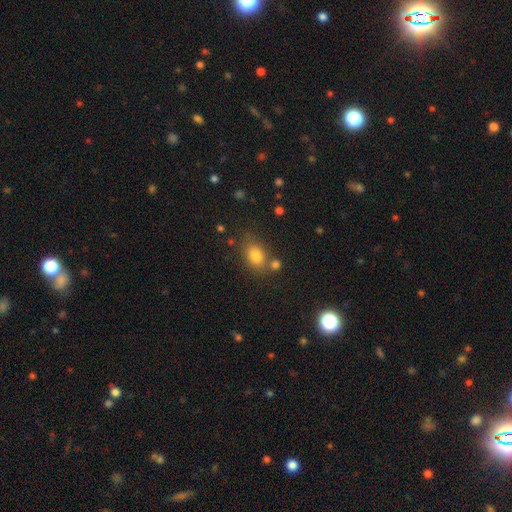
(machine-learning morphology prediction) A smooth galaxy with no disk features (80%) that is in between round and cigar-shaped (73%). Merging: none (64%).